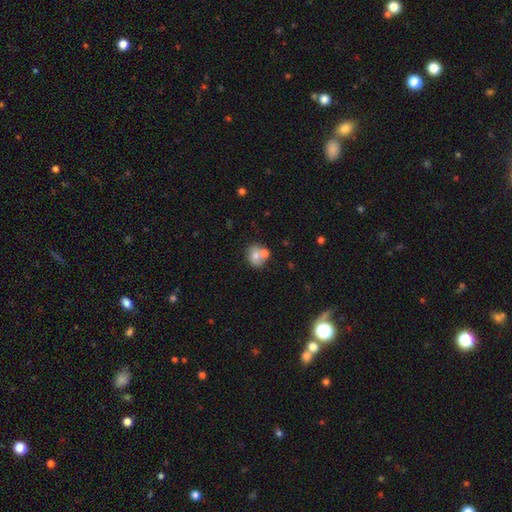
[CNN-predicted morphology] Overall: smooth (70%). How rounded: round (63%; in between 36%). Merging: none (44%; merger 41%).